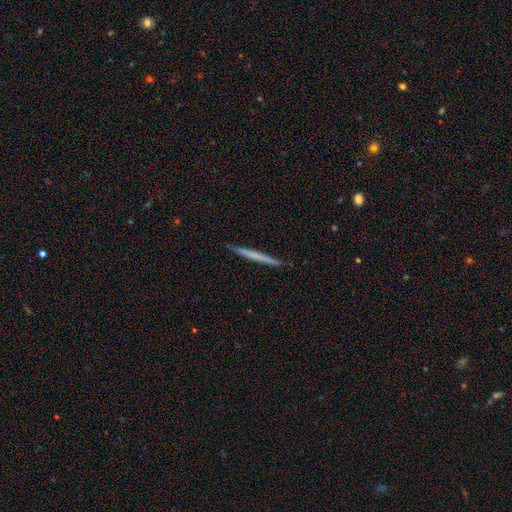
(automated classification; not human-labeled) This appears to be a smooth galaxy with no disk features (51%) that is cigar-shaped (97%). Merging: none (92%).